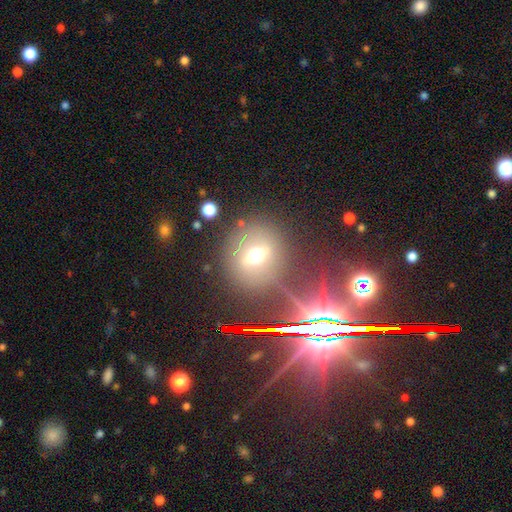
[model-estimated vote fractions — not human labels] smooth_or_featured: smooth (p=0.39) [alt: featured or disk p=0.35]
merging: none (p=0.79) [alt: minor disturbance p=0.11]